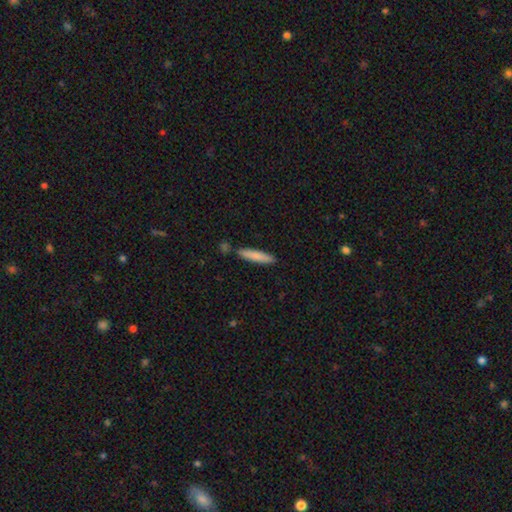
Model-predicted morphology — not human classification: type=smooth (81%); roundness=cigar-shaped (88%); merging=none (82%).